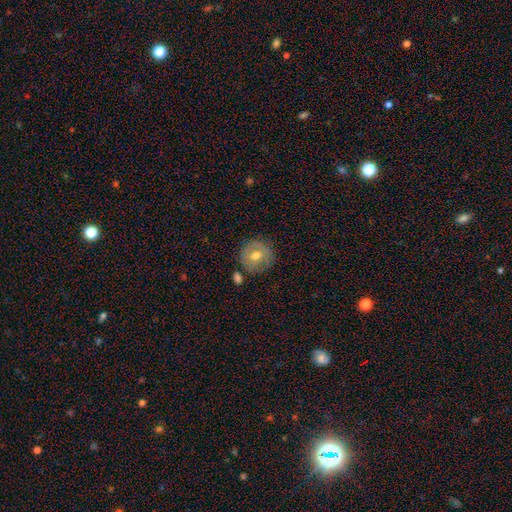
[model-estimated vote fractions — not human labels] Smooth or featured? Predicted: smooth (p=0.59). How rounded? Predicted: round (p=0.91). Merging? Predicted: none (p=0.78).